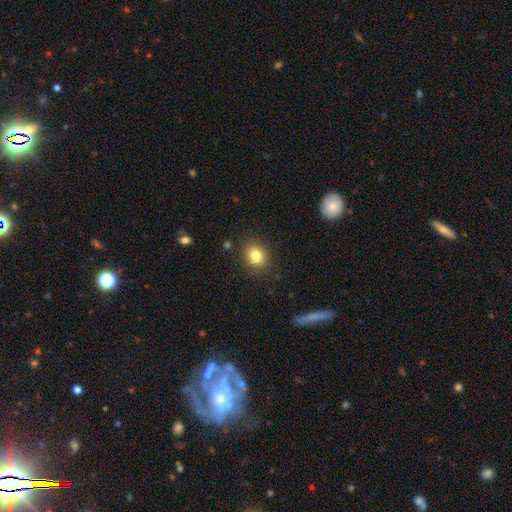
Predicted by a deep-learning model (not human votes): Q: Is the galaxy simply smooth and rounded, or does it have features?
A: smooth — 82%.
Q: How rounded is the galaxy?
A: round — 64%.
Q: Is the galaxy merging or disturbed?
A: none — 87%.